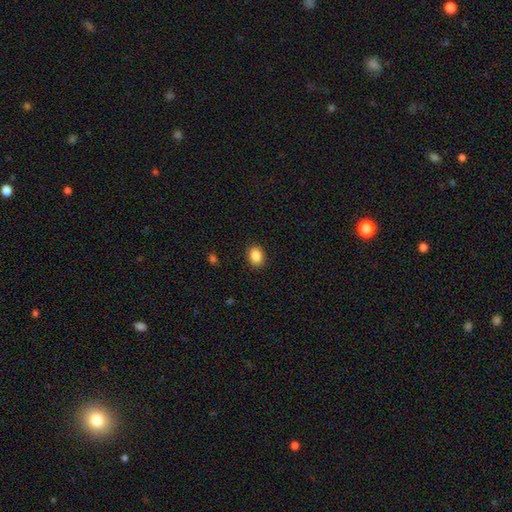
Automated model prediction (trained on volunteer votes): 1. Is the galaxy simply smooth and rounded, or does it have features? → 88% smooth, 8% star or artifact, 3% featured or disk.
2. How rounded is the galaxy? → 68% in between, 31% round, 1% cigar-shaped.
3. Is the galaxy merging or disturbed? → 89% none, 7% minor disturbance, 2% major disturbance, 1% merger.